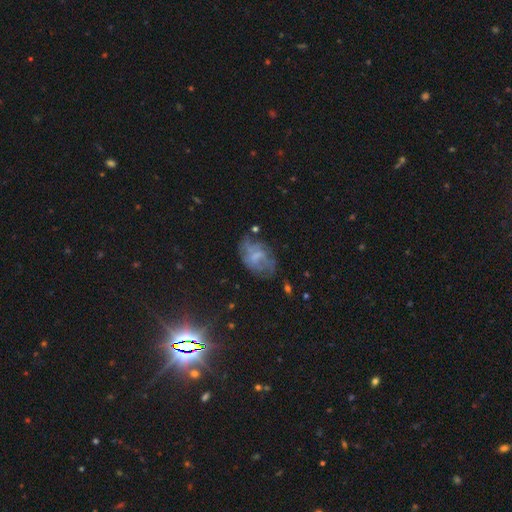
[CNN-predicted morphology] The model was most divided on "bar": no: 48%, weak: 43%, strong: 9%. Remaining: edge-on disk — no (97%); spiral arms — yes (60%); smooth or featured — featured or disk (56%); merging — none (52%); bulge size — none (40%).